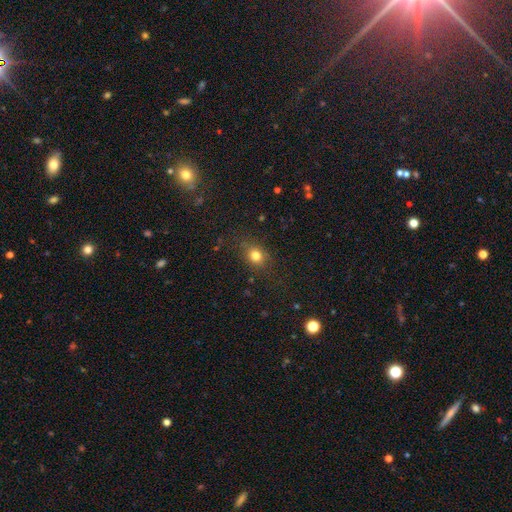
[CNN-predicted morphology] A smooth galaxy with no disk features (78%) that is round (55%). Merging: none (80%).